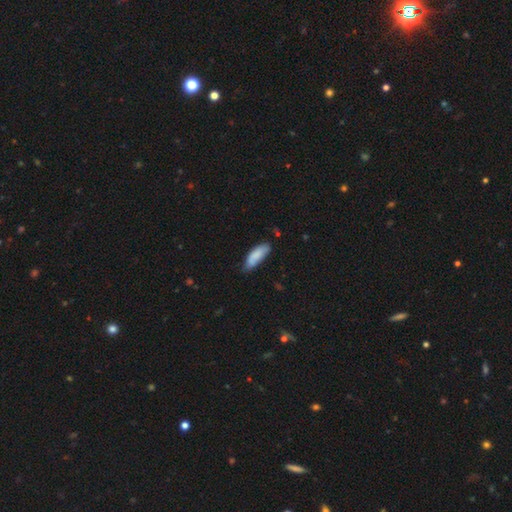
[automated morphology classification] Q: Smooth or featured?
A: smooth (84%); runner-up: featured or disk (10%)
Q: How rounded?
A: in between (67%); runner-up: cigar-shaped (32%)
Q: Merging?
A: none (61%); runner-up: minor disturbance (31%)